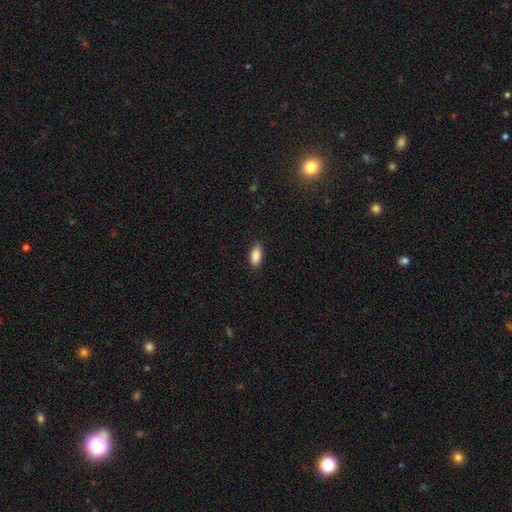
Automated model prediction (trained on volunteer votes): This is clearly a smooth galaxy (90%). How rounded: clearly in between (91%). Merging: clearly none (87%).